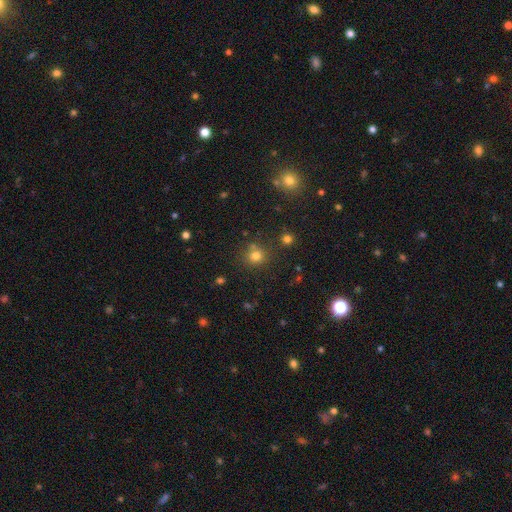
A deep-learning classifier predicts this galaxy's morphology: Smooth or featured? smooth (75%)
How rounded? round (85%)
Merging? none (72%)